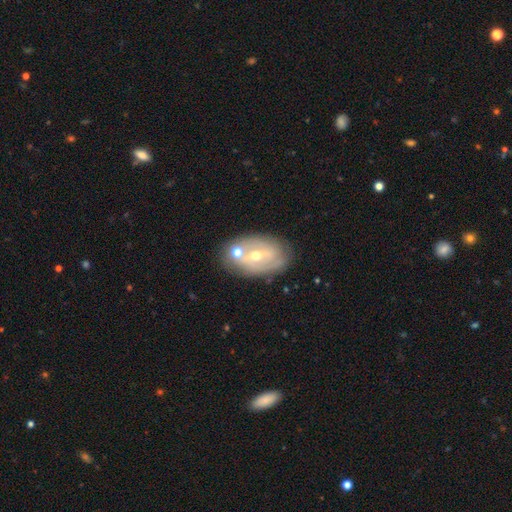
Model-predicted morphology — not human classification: smooth_or_featured: featured or disk (p=0.68) [alt: smooth p=0.24]
disk_edge_on: no (p=0.93) [alt: yes p=0.07]
bar: weak (p=0.39) [alt: no p=0.38]
has_spiral_arms: yes (p=0.52) [alt: no p=0.48]
bulge_size: moderate (p=0.52) [alt: small p=0.44]
merging: none (p=0.67) [alt: minor disturbance p=0.15]